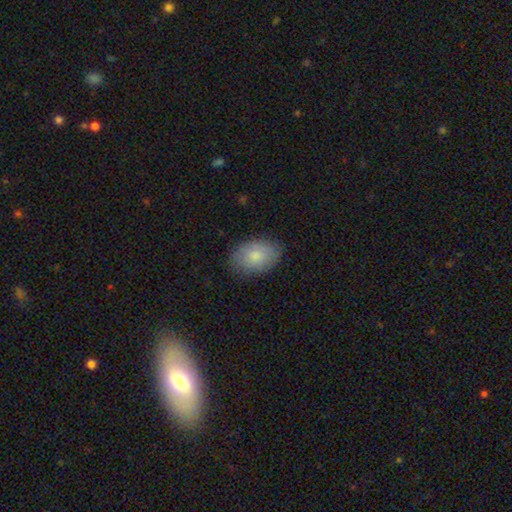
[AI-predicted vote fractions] A smooth galaxy with no disk features (80%) that is in between round and cigar-shaped (86%). Merging: none (82%).